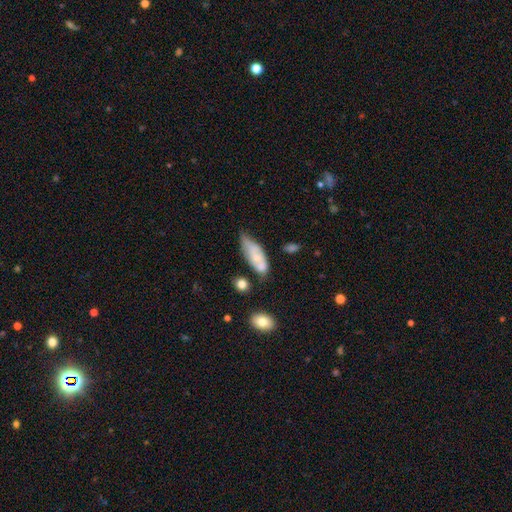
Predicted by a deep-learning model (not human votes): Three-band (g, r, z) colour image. It shows a smooth galaxy with no disk features (62%) that is in between round and cigar-shaped (72%). Merging: minor disturbance (37%).